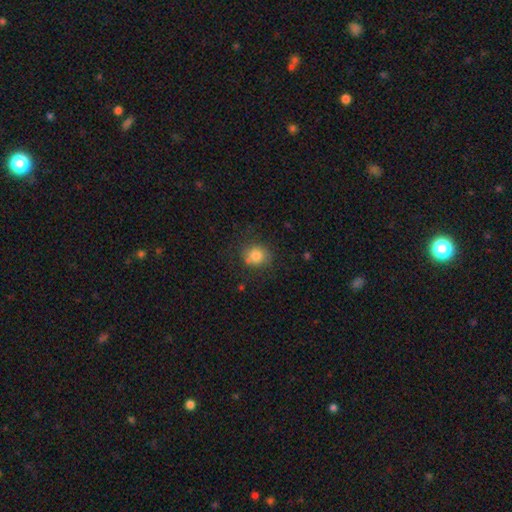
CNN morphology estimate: A smooth galaxy with no disk features (81%) that is round (79%).

Vote fractions:
- Smooth or featured? smooth: 81% / star or artifact: 10% / featured or disk: 9%
- How rounded? round: 79% / in between: 21% / cigar-shaped: 1%
- Merging? none: 72% / minor disturbance: 18% / major disturbance: 7% / merger: 3%